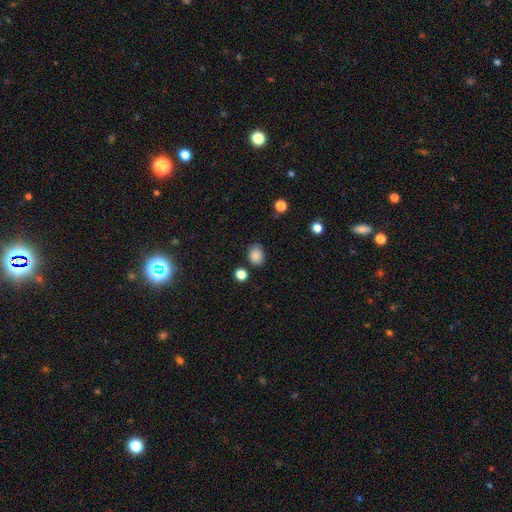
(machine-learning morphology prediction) A smooth galaxy with no disk features (85%) that is in between round and cigar-shaped (60%).

Vote fractions:
- Smooth or featured? smooth: 85% / star or artifact: 10% / featured or disk: 5%
- How rounded? in between: 60% / round: 39% / cigar-shaped: 1%
- Merging? none: 74% / minor disturbance: 18% / major disturbance: 4% / merger: 4%